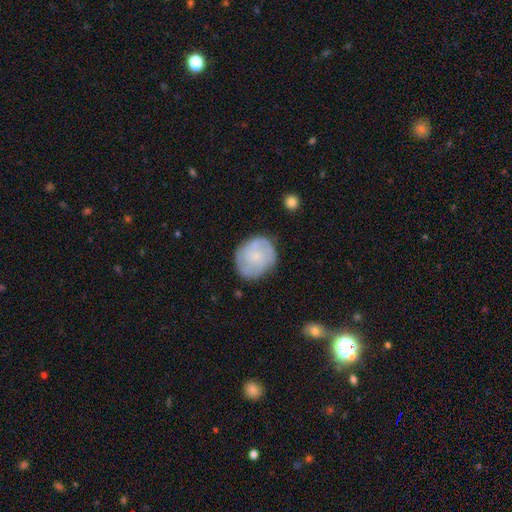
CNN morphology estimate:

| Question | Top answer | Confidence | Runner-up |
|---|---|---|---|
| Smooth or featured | smooth | 47% | featured or disk (46%) |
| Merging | none | 76% | minor disturbance (17%) |